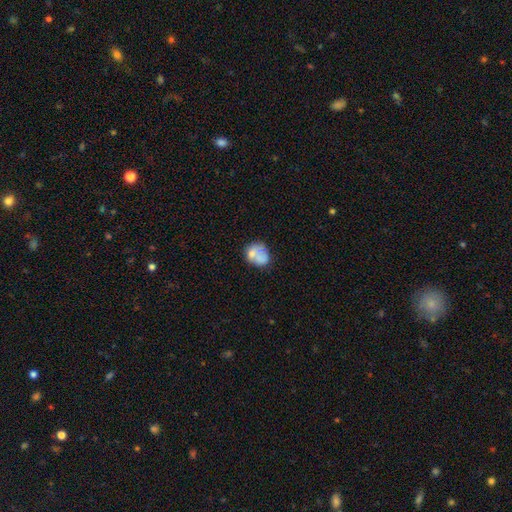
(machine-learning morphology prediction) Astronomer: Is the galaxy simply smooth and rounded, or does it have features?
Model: smooth — 60%.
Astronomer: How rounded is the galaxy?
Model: round — 58% (runner-up: in between, 41%).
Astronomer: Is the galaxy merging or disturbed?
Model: none — 41% (runner-up: merger, 27%).